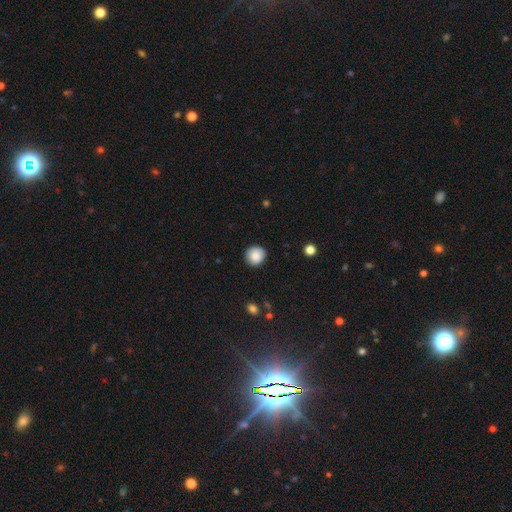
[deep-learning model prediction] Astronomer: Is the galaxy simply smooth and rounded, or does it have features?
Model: smooth — 87%.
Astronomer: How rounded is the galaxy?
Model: round — 90%.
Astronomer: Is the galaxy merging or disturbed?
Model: none — 89%.